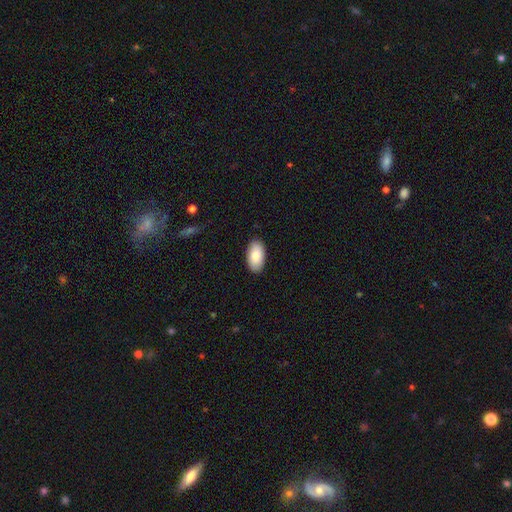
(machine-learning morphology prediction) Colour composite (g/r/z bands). It shows a smooth galaxy with no disk features (86%) that is in between round and cigar-shaped (96%). Merging: none (89%).